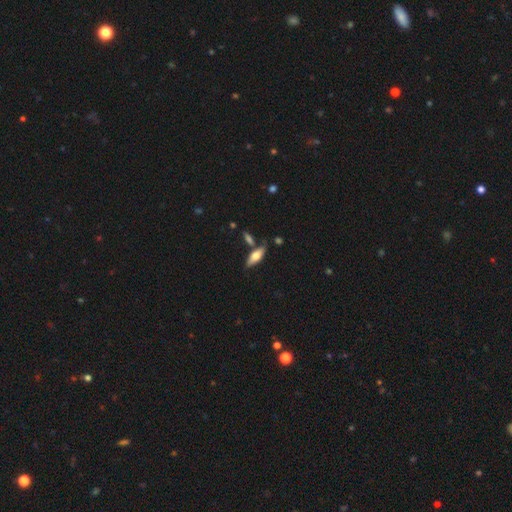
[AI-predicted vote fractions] A smooth galaxy with no disk features (57%) that is in between round and cigar-shaped (62%).

Vote fractions:
- Smooth or featured? smooth: 57% / featured or disk: 37% / star or artifact: 6%
- How rounded? in between: 62% / cigar-shaped: 36% / round: 2%
- Merging? none: 72% / minor disturbance: 14% / merger: 11% / major disturbance: 4%